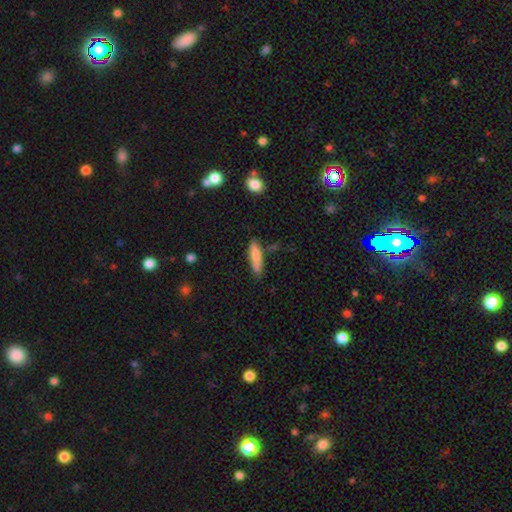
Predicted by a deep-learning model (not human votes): Smooth or featured? Predicted: smooth (p=0.79). How rounded? Predicted: cigar-shaped (p=0.76). Merging? Predicted: none (p=0.70).